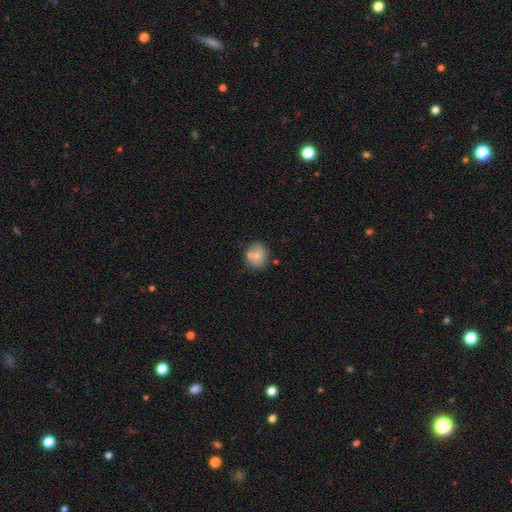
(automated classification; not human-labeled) Smooth or featured: smooth — 75% (featured or disk — 16%)
How rounded: round — 64% (in between — 35%)
Merging: none — 61% (merger — 17%)